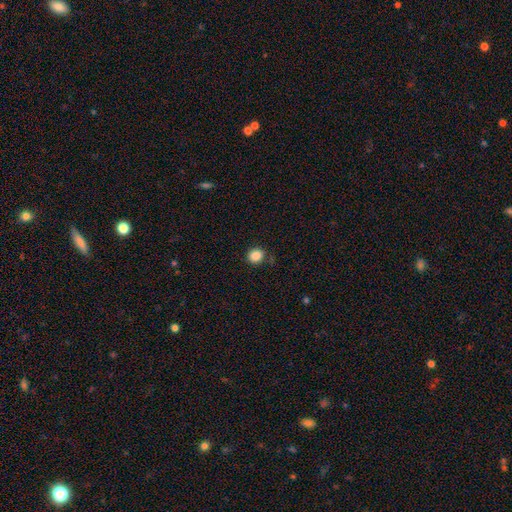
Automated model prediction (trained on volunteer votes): This appears to be a smooth galaxy with no disk features (87%) that is round (82%). Merging: none (86%).